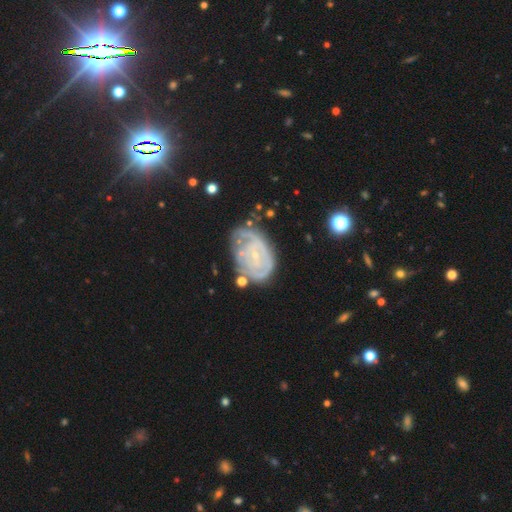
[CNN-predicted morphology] smooth_or_featured: featured or disk (p=0.77) [alt: smooth p=0.15]
disk_edge_on: no (p=0.97) [alt: yes p=0.03]
bar: no (p=0.64) [alt: weak p=0.29]
has_spiral_arms: yes (p=0.83) [alt: no p=0.17]
spiral_winding: tight (p=0.69) [alt: medium p=0.23]
spiral_arm_count: can't tell (p=0.49) [alt: 2 p=0.23]
bulge_size: small (p=0.82) [alt: moderate p=0.11]
merging: none (p=0.49) [alt: minor disturbance p=0.30]